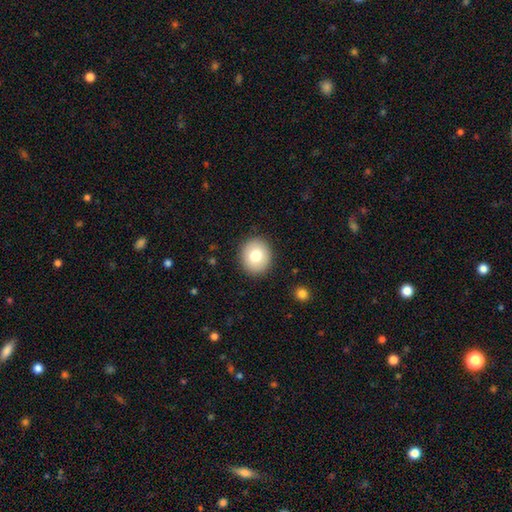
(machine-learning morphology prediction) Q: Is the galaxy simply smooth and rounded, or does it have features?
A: smooth — 77%.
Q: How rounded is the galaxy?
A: round — 76%.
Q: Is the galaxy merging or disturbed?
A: none — 90%.